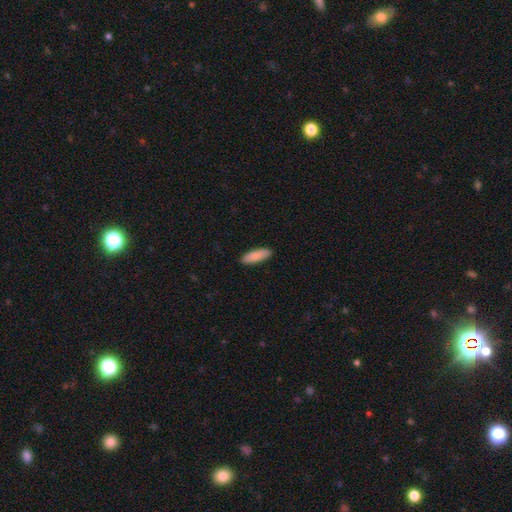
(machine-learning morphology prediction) This is clearly a smooth galaxy (89%). How rounded: possibly in between (58%). Merging: clearly none (90%).